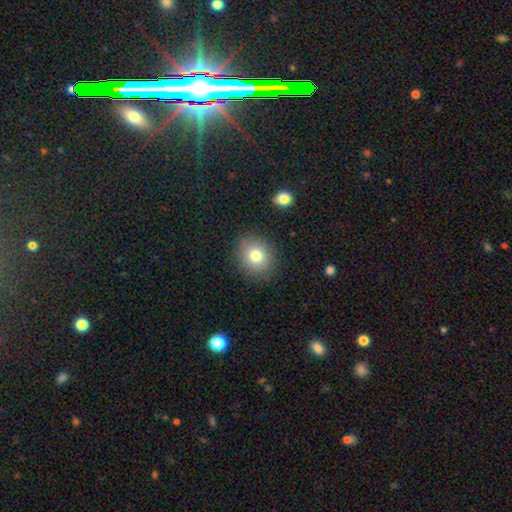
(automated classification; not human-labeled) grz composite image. It shows a smooth galaxy with no disk features (78%) that is round (71%). Merging: none (87%).